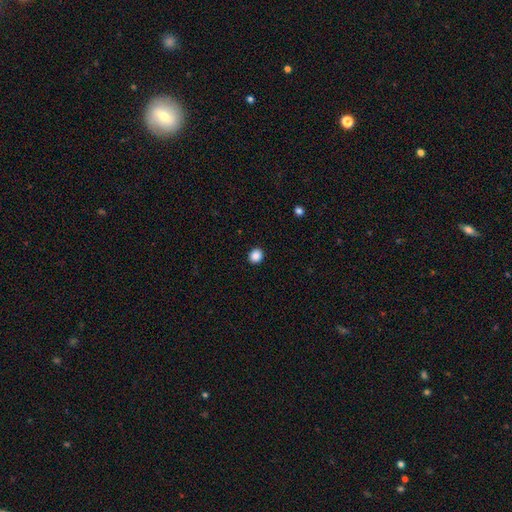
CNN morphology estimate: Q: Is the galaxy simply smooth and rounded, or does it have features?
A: smooth — 88%.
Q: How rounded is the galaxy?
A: round — 85%.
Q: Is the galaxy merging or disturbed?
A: none — 93%.